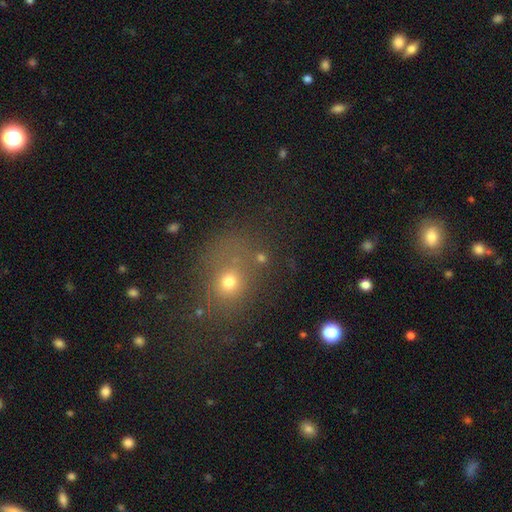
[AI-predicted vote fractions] Smooth or featured? Predicted: smooth (p=0.58). How rounded? Predicted: round (p=0.60). Merging? Predicted: none (p=0.63).